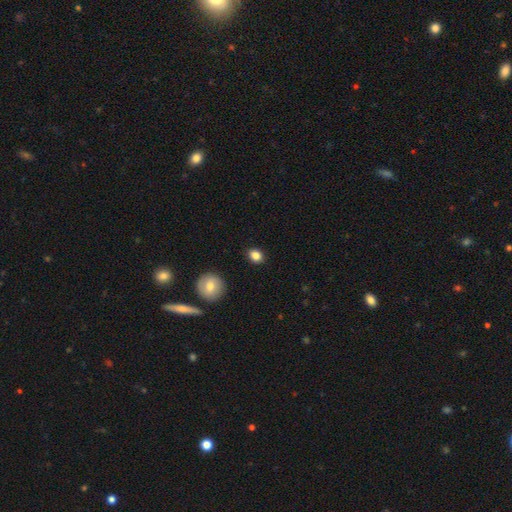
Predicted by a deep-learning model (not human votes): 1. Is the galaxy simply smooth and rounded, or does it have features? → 84% smooth, 10% star or artifact, 6% featured or disk.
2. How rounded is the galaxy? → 55% round, 44% in between, 1% cigar-shaped.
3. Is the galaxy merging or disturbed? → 88% none, 8% minor disturbance, 2% major disturbance, 1% merger.